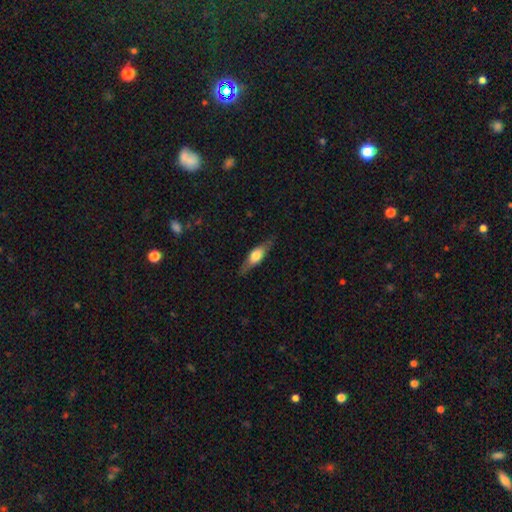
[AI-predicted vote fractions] This appears to be a featured or disk galaxy (50%) viewed edge-on (89%). Merging: none (82%).